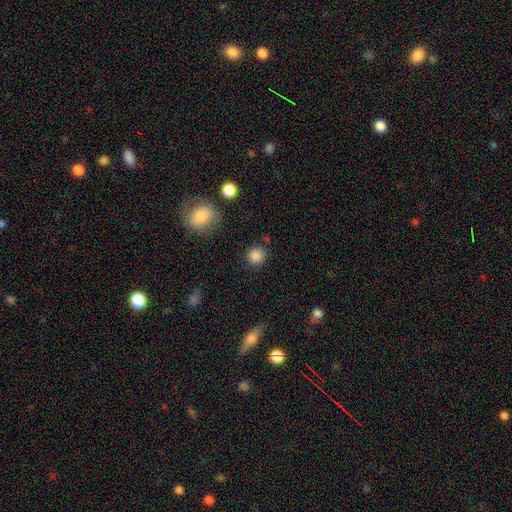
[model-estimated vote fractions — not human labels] This is clearly a smooth galaxy (86%). How rounded: clearly round (88%). Merging: clearly none (83%).